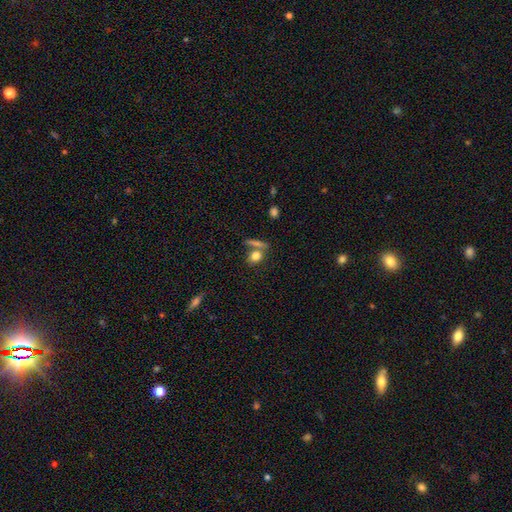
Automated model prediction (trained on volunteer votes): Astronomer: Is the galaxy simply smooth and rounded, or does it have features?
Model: smooth — 79%.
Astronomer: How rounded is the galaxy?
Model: round — 53% (runner-up: in between, 39%).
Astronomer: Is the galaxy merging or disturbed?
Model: none — 59%.